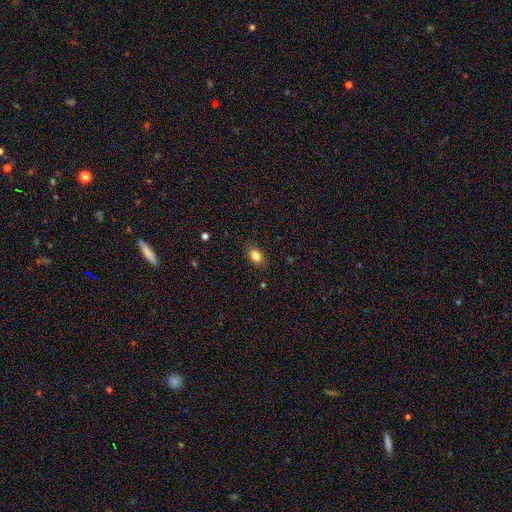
smooth_or_featured: smooth (p=0.93) [alt: star or artifact p=0.07]
how_rounded: in between (p=0.86) [alt: round p=0.14]
merging: none (p=0.81) [alt: minor disturbance p=0.16]